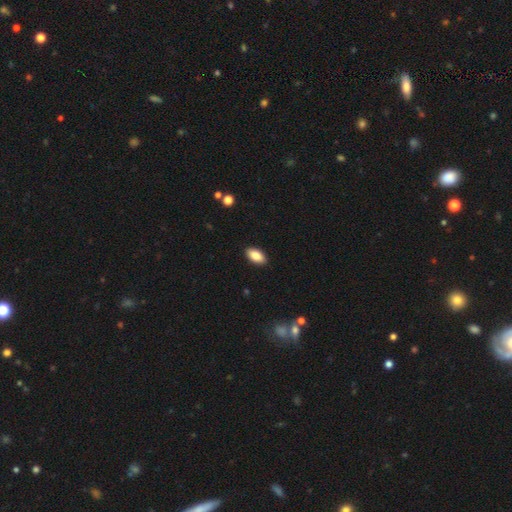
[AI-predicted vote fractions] Smooth or featured? Predicted: smooth (p=0.87). How rounded? Predicted: in between (p=0.93). Merging? Predicted: none (p=0.90).